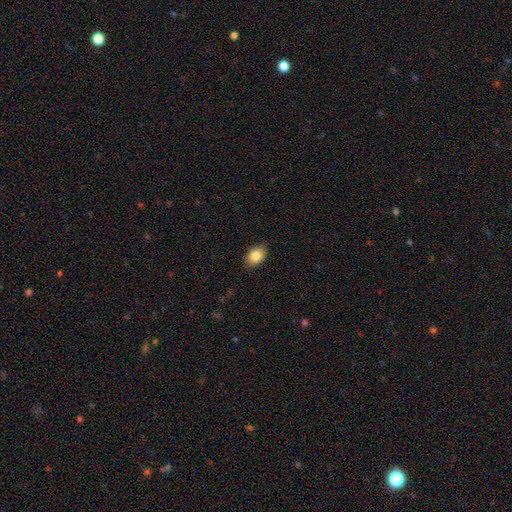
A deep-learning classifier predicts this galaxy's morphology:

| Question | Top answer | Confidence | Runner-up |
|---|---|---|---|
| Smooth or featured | smooth | 84% | featured or disk (8%) |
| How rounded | in between | 80% | round (19%) |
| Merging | none | 87% | minor disturbance (10%) |